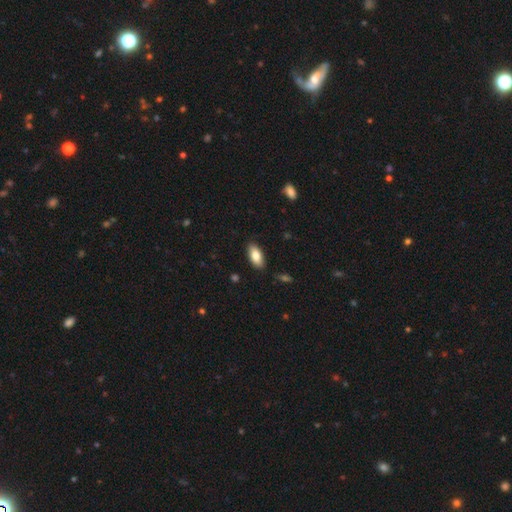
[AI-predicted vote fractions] Smooth or featured? Predicted: smooth (p=0.82). How rounded? Predicted: in between (p=0.90). Merging? Predicted: none (p=0.88).